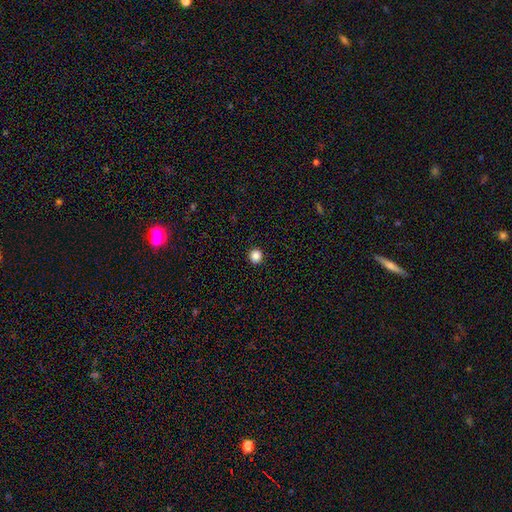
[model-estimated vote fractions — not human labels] This appears to be a smooth galaxy with no disk features (86%) that is round (94%). Merging: none (93%).